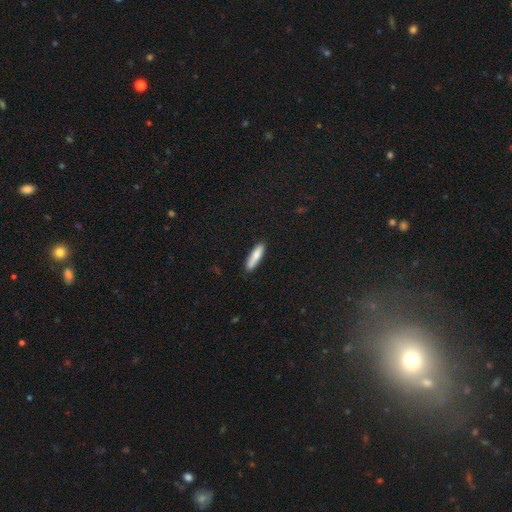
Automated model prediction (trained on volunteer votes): A smooth galaxy with no disk features (79%) that is cigar-shaped (80%).

Vote fractions:
- Smooth or featured? smooth: 79% / featured or disk: 15% / star or artifact: 6%
- How rounded? cigar-shaped: 80% / in between: 18% / round: 2%
- Merging? none: 85% / minor disturbance: 11% / major disturbance: 2% / merger: 2%